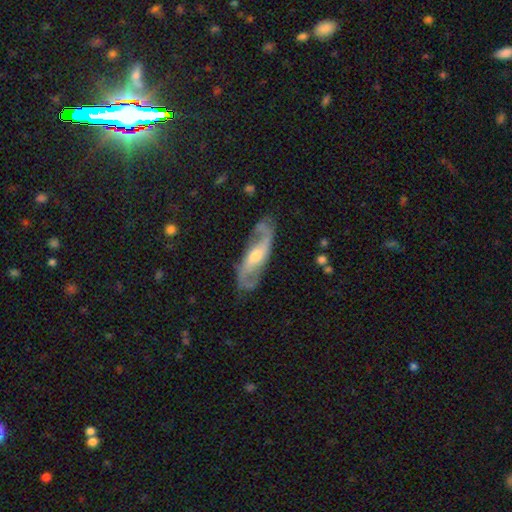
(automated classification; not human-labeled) This is clearly a featured or disk galaxy (84%). It is clearly not viewed edge-on (89%). Bar: marginally weak (39%). Spiral arm pattern: clearly yes (93%). Spiral arm count: clearly 2 (90%). Spiral winding: possibly loose (52%). Central bulge: possibly moderate (56%). Merging: likely none (75%).